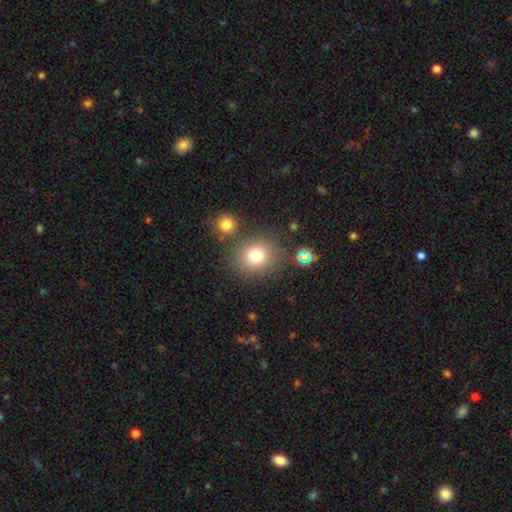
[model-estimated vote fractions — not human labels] A smooth galaxy with no disk features (77%) that is round (84%). Merging: none (77%).